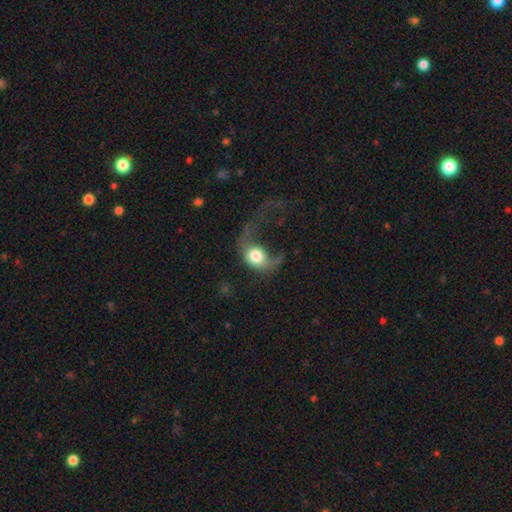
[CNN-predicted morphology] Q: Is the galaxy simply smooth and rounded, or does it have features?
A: smooth — 61%.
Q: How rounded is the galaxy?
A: round — 58%.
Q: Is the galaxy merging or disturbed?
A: major disturbance — 64%.